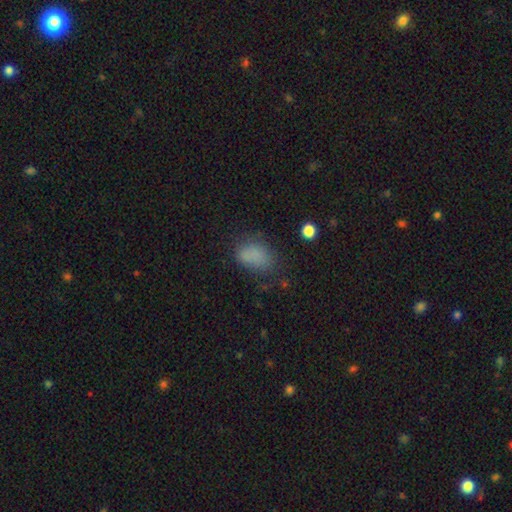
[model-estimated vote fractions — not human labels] Smooth or featured? smooth (79%)
How rounded? in between (83%)
Merging? none (61%)